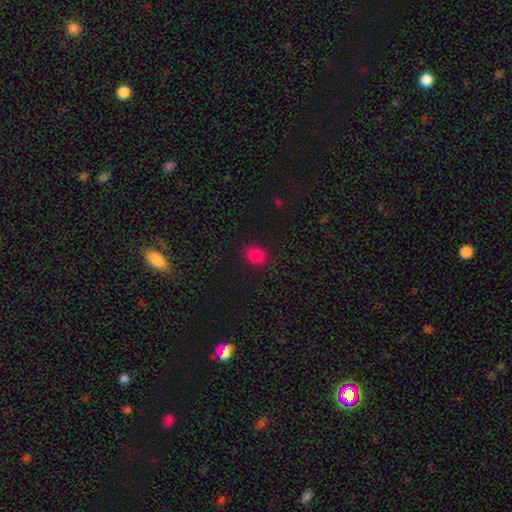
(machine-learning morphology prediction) This appears to be a smooth galaxy with no disk features (84%) that is round (73%). Merging: none (89%).